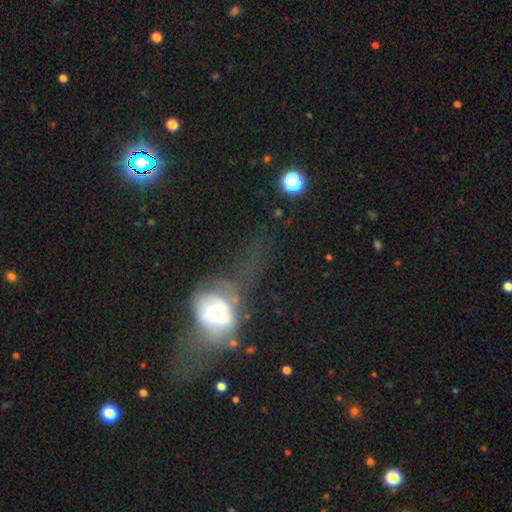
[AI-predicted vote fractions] Smooth or featured?
  - featured or disk: 46% *
  - smooth: 28%
  - star or artifact: 26%
Merging?
  - none: 38% * (tied)
  - major disturbance: 38% * (tied)
  - minor disturbance: 18%
  - merger: 7%